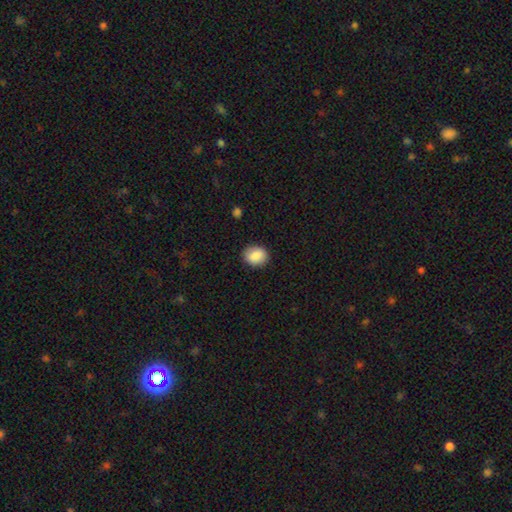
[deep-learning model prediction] Smooth or featured?
  - smooth: 86% *
  - star or artifact: 8%
  - featured or disk: 6%
How rounded?
  - round: 57% *
  - in between: 42%
  - cigar-shaped: 1%
Merging?
  - none: 87% *
  - minor disturbance: 10%
  - major disturbance: 2%
  - merger: 1%